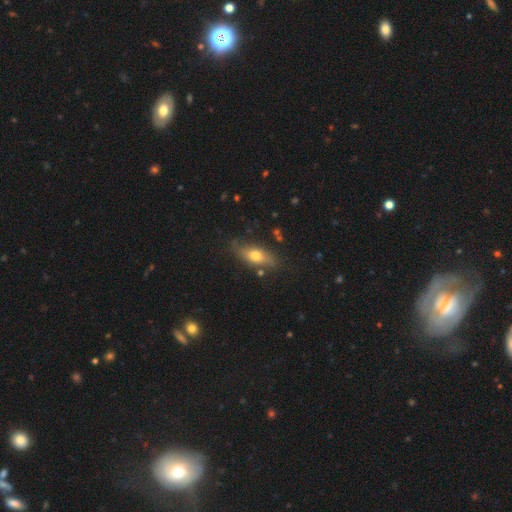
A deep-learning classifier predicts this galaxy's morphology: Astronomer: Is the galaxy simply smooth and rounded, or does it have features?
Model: smooth — 60%.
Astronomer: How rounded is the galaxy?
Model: in between — 69%.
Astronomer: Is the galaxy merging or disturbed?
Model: none — 76%.